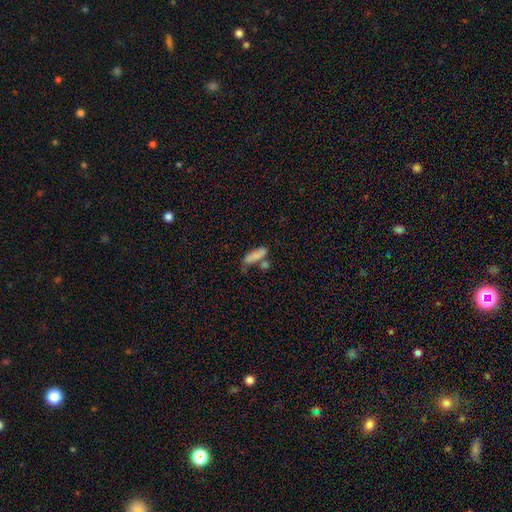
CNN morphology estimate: smooth-or-featured: smooth: 80% | featured or disk: 12% | star or artifact: 9%
  how-rounded: in between: 49% | cigar-shaped: 48% | round: 3%
  merging: none: 42% | merger: 28% | minor disturbance: 20% | major disturbance: 11%